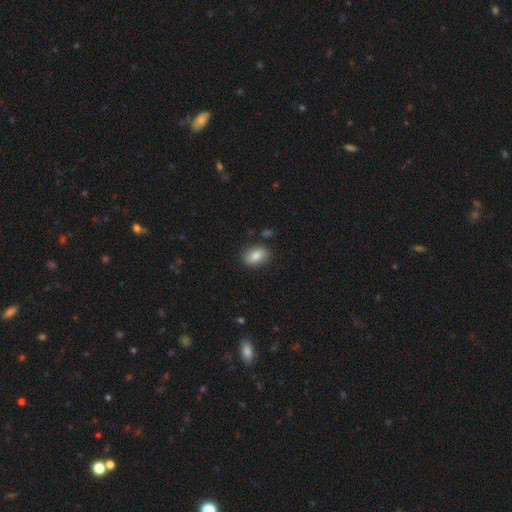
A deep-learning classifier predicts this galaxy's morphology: smooth-or-featured: smooth: 82% | featured or disk: 10% | star or artifact: 8%
  how-rounded: in between: 81% | round: 17% | cigar-shaped: 2%
  merging: none: 85% | minor disturbance: 11% | major disturbance: 3% | merger: 2%